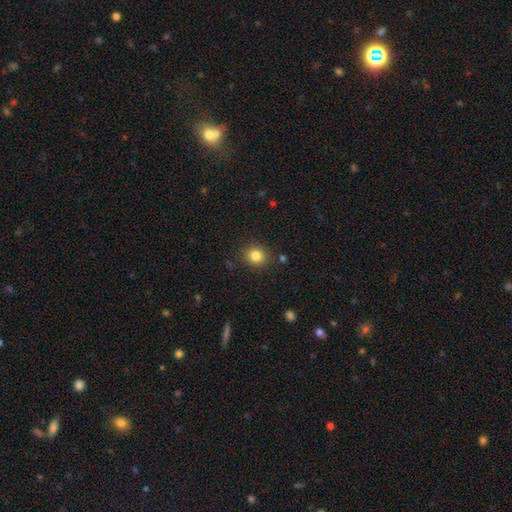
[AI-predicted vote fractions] Overall: smooth (83%). How rounded: round (85%). Merging: none (87%).